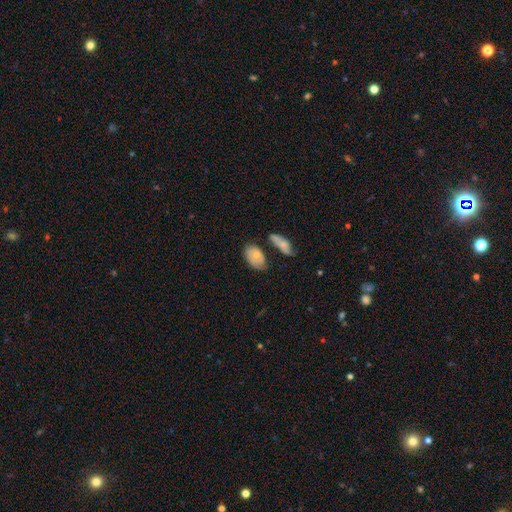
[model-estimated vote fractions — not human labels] Smooth or featured? smooth (63%)
How rounded? in between (88%)
Merging? none (47%)